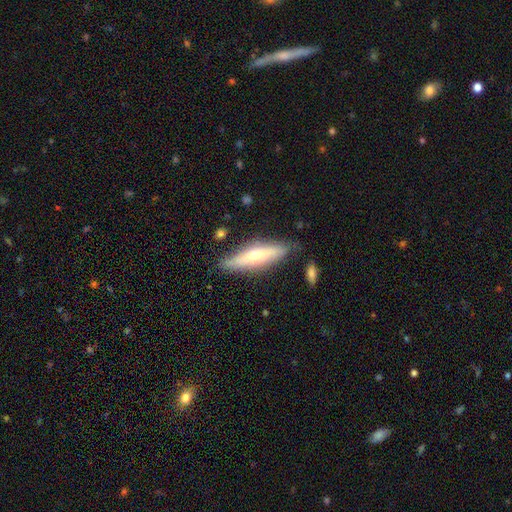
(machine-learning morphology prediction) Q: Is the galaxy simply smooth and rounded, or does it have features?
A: featured or disk — 49%.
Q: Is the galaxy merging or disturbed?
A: none — 77%.